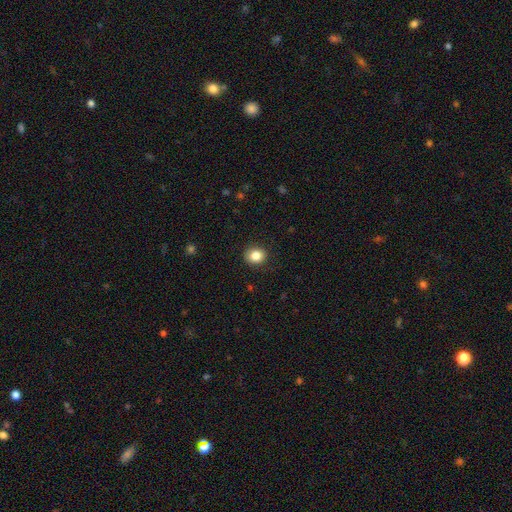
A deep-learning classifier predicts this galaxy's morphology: This is clearly a smooth galaxy (85%). How rounded: likely round (71%). Merging: clearly none (89%).